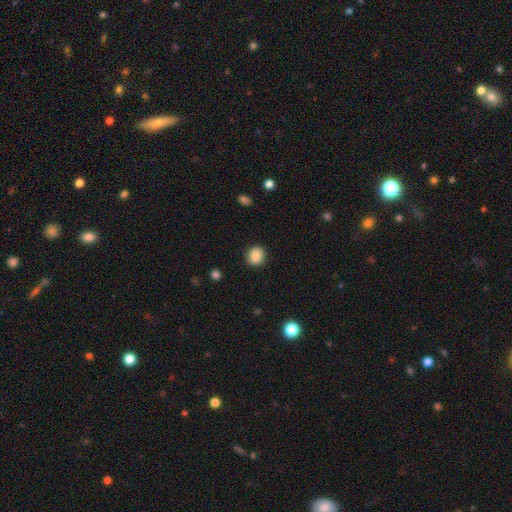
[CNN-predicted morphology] Smooth or featured? Predicted: smooth (p=0.85). How rounded? Predicted: round (p=0.82). Merging? Predicted: none (p=0.90).